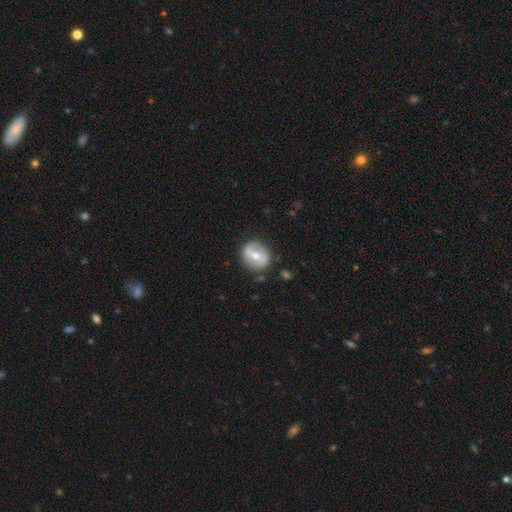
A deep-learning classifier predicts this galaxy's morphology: type=featured or disk (61%); edge-on=no (93%); bar=strong (55%); spiral arms=no (57%); bulge=moderate (63%); merging=none (82%).